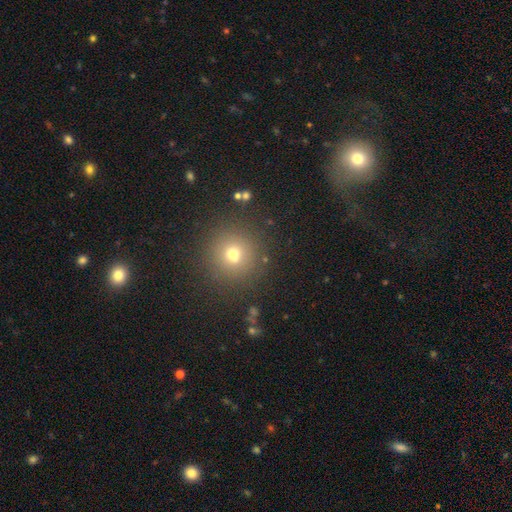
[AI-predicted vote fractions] Q: Smooth or featured?
A: smooth (60%); runner-up: star or artifact (29%)
Q: How rounded?
A: round (95%); runner-up: in between (4%)
Q: Merging?
A: none (85%); runner-up: minor disturbance (7%)